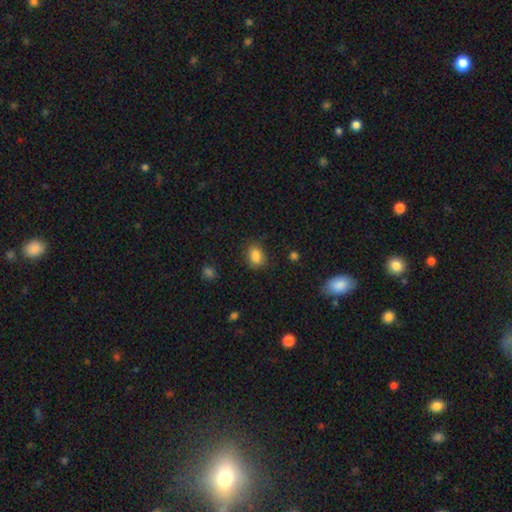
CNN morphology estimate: The model was most divided on "how rounded": in between: 77%, round: 21%, cigar-shaped: 2%. More confident: smooth or featured — smooth (85%); merging — none (76%).